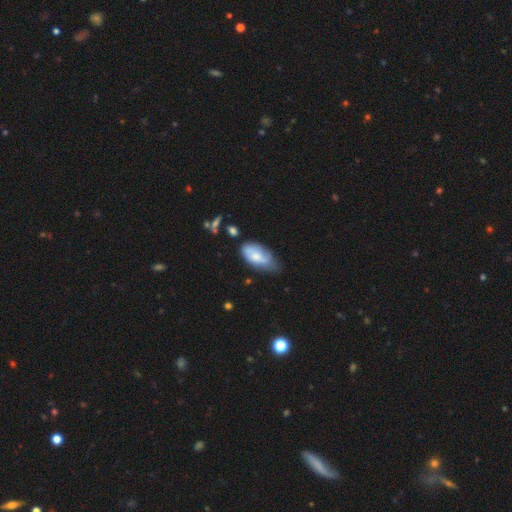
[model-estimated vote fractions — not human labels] smooth-or-featured: smooth: 68% | featured or disk: 25% | star or artifact: 6%
  how-rounded: in between: 92% | cigar-shaped: 6% | round: 2%
  merging: none: 43% | minor disturbance: 41% | major disturbance: 12% | merger: 4%